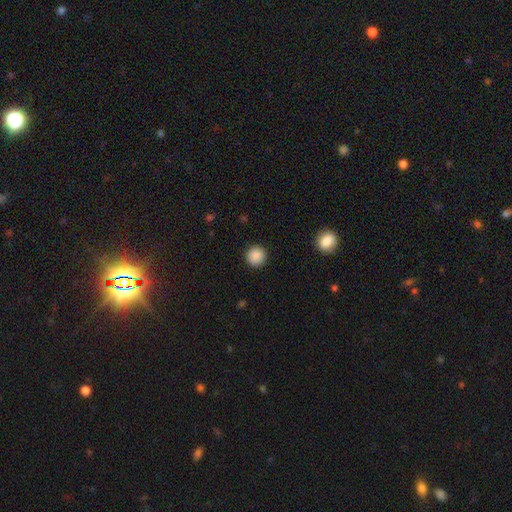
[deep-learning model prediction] smooth 88%, star or artifact 9%, featured or disk 3%. Down the decision tree: how rounded — round (95%); merging — none (92%).